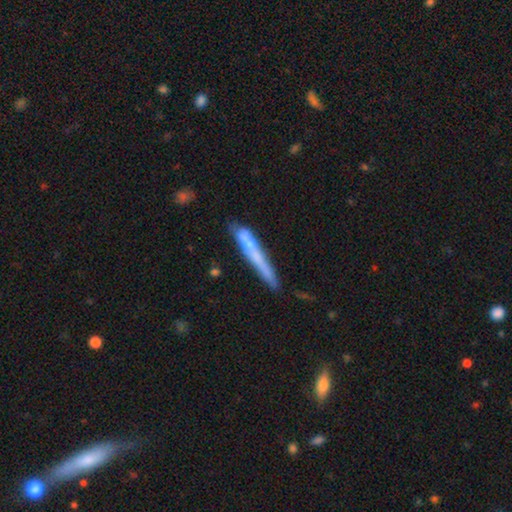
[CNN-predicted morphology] Q: Smooth or featured?
A: featured or disk (48%); runner-up: smooth (44%)
Q: Merging?
A: none (68%); runner-up: minor disturbance (19%)